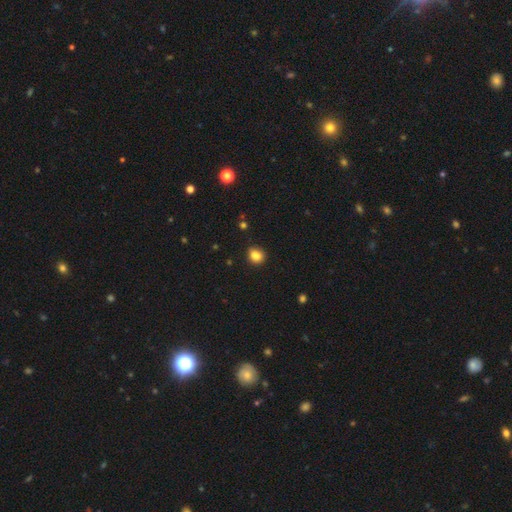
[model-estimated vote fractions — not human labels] A smooth galaxy with no disk features (84%) that is round (60%). Merging: none (76%).